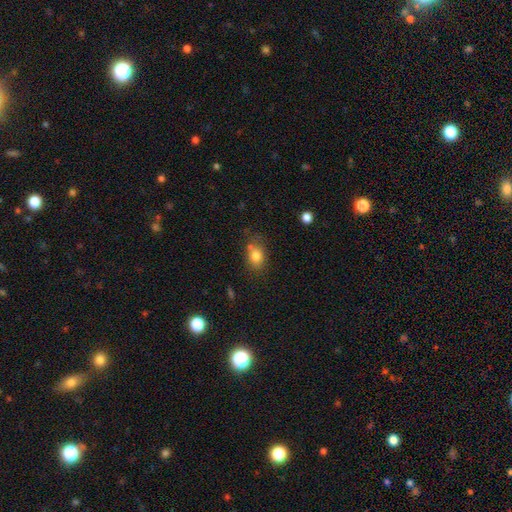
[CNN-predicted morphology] A smooth galaxy with no disk features (80%) that is in between round and cigar-shaped (63%). Merging: none (61%).